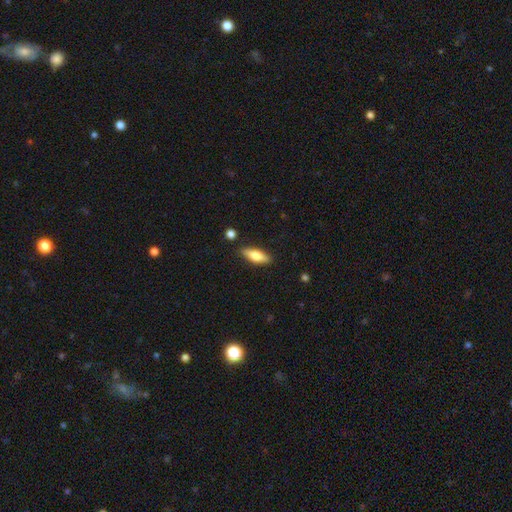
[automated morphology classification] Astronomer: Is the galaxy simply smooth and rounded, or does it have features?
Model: smooth — 61%.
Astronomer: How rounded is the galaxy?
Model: in between — 54% (runner-up: cigar-shaped, 44%).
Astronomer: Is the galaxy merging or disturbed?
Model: none — 86%.